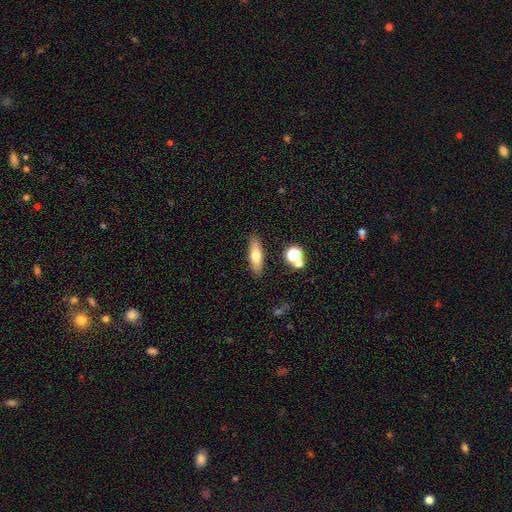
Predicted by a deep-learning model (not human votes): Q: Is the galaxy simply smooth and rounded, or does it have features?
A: smooth — 66%.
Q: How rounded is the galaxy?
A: cigar-shaped — 51%.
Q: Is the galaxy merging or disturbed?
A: none — 86%.